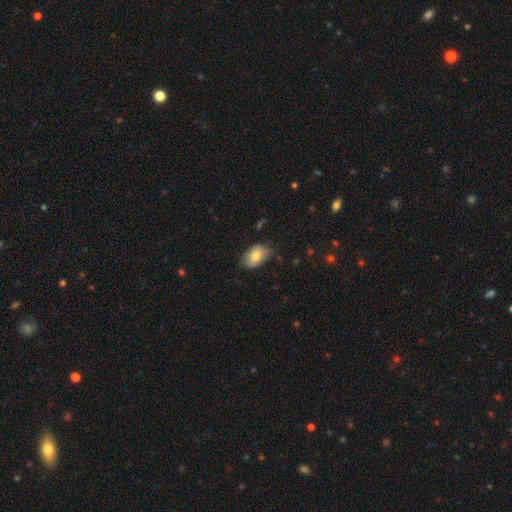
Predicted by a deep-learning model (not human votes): A smooth galaxy with no disk features (80%) that is in between round and cigar-shaped (89%).

Vote fractions:
- Smooth or featured? smooth: 80% / featured or disk: 13% / star or artifact: 7%
- How rounded? in between: 89% / round: 10% / cigar-shaped: 1%
- Merging? none: 71% / minor disturbance: 24% / major disturbance: 4% / merger: 1%